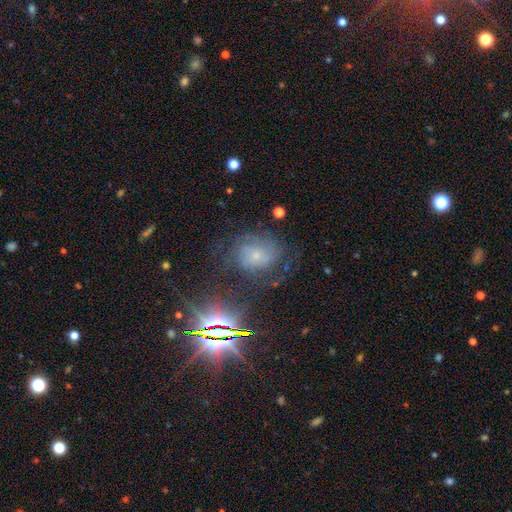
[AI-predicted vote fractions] Smooth or featured: featured or disk — 51% (star or artifact — 27%)
Edge-on disk: no — 95% (yes — 5%)
Merging: none — 62% (minor disturbance — 20%)